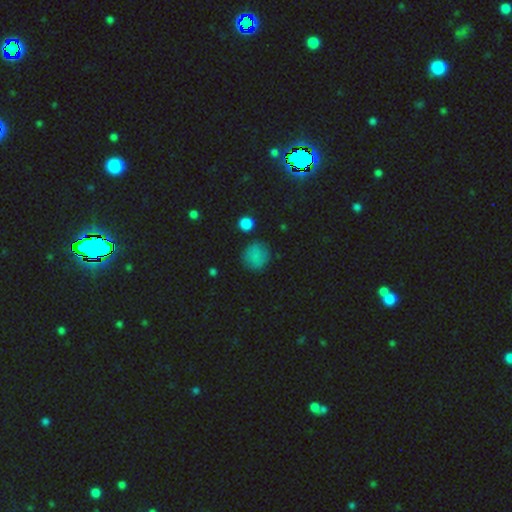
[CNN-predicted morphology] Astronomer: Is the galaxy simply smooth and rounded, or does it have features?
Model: smooth — 77%.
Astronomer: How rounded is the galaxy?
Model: round — 85%.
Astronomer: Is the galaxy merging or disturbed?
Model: none — 78%.